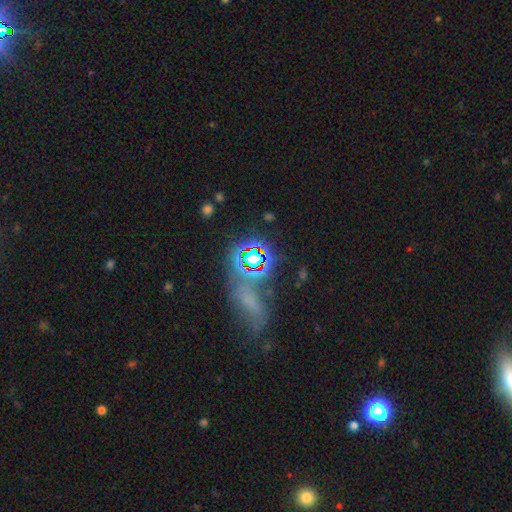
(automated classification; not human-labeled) Smooth or featured? Predicted: star or artifact (p=0.60).